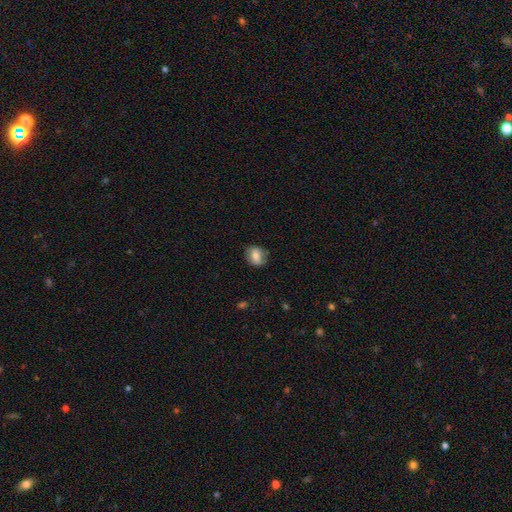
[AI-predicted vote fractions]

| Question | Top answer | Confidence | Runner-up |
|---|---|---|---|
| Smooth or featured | smooth | 69% | featured or disk (23%) |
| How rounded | round | 51% | in between (47%) |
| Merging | none | 81% | minor disturbance (15%) |